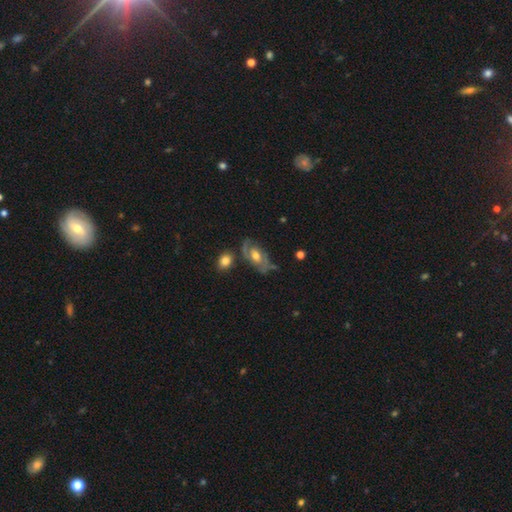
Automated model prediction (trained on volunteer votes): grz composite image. It shows a featured or disk galaxy (69%) with no bar (59%), spiral arms (77%) and a moderate central bulge (68%). Merging: none (58%).